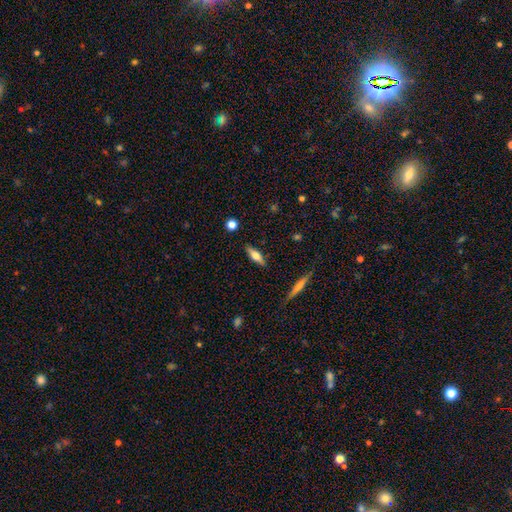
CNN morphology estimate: The model was most divided on "how rounded": cigar-shaped: 53%, in between: 45%, round: 3%. More confident: merging — none (87%); smooth or featured — smooth (52%).